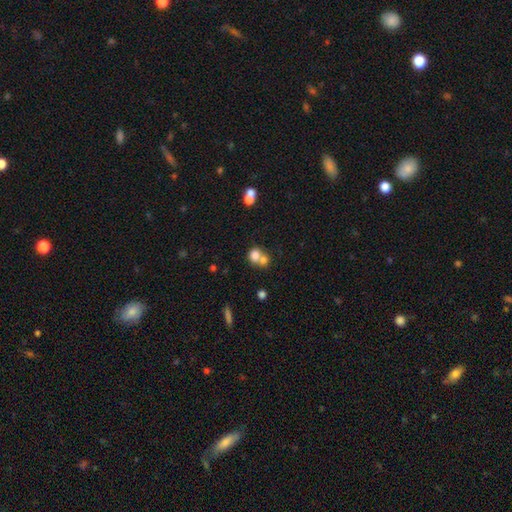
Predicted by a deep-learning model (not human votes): Overall: smooth (75%). How rounded: round (73%). Merging: merger (59%; none 31%).